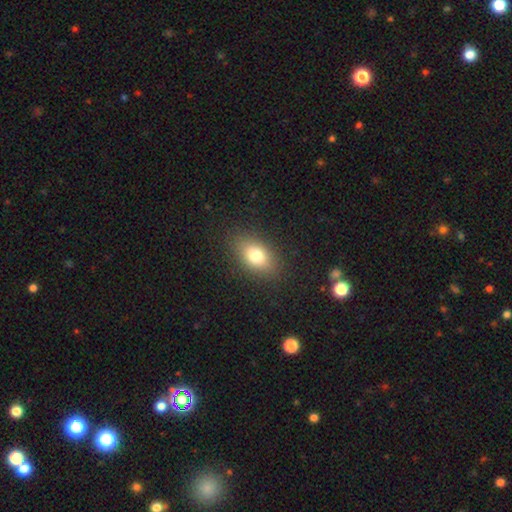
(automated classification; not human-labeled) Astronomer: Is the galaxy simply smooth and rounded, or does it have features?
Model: smooth — 78%.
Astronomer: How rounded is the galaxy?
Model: in between — 83%.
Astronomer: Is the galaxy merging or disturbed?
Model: none — 86%.